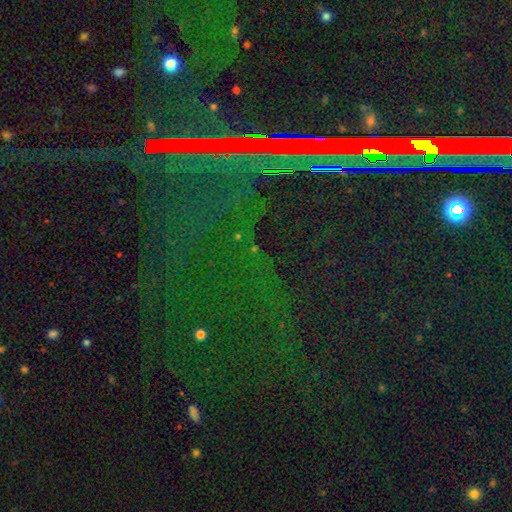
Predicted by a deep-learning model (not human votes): A star or artifact, not a galaxy (82%).